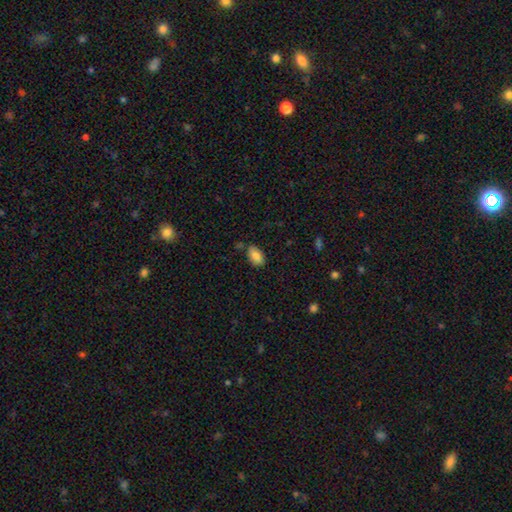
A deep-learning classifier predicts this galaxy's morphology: Smooth or featured: smooth — 83% (featured or disk — 9%)
How rounded: in between — 91% (round — 7%)
Merging: none — 77% (minor disturbance — 17%)